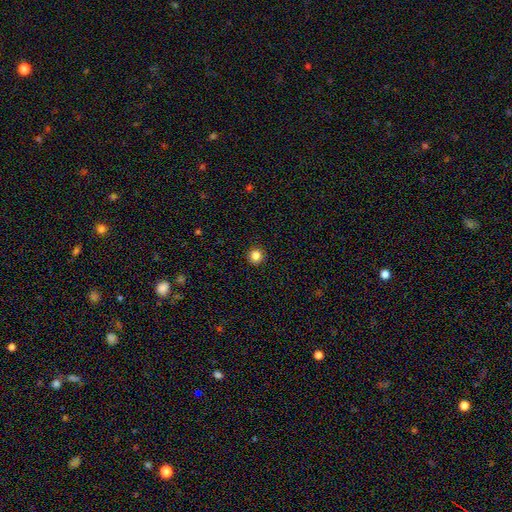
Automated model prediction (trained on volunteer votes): smooth-or-featured: smooth: 84% | star or artifact: 11% | featured or disk: 5%
  how-rounded: round: 95% | in between: 4% | cigar-shaped: 1%
  merging: none: 93% | minor disturbance: 4% | major disturbance: 1% | merger: 1%